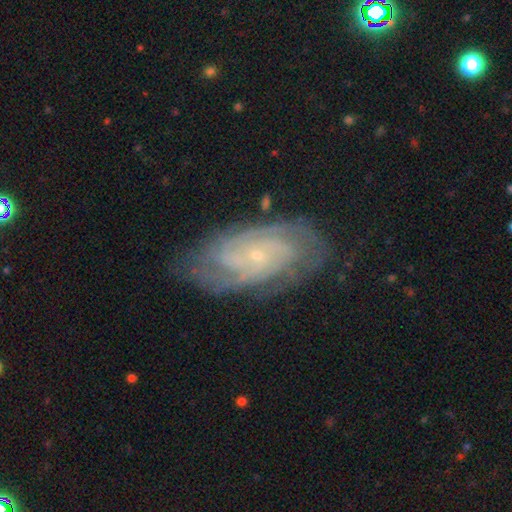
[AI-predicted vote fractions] Smooth or featured? featured or disk (85%)
Edge-on disk? no (95%)
Bar? no (73%)
Spiral arms? yes (96%)
Spiral winding? tight (65%)
Spiral arm count? 2 (28%)
Bulge size? small (86%)
Merging? none (77%)